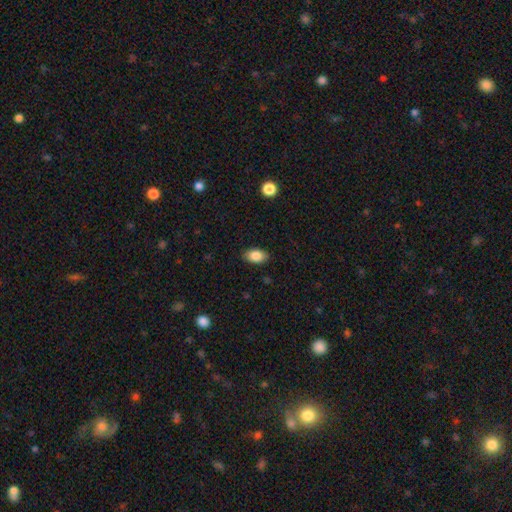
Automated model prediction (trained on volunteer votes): Smooth or featured? Predicted: smooth (p=0.87). How rounded? Predicted: in between (p=0.89). Merging? Predicted: none (p=0.87).